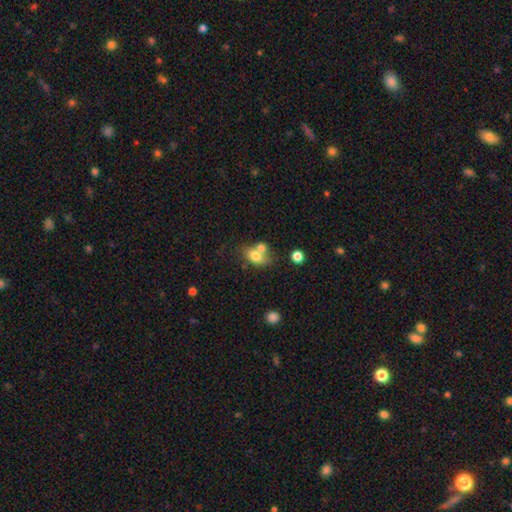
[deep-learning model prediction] This appears to be a smooth galaxy with no disk features (73%) that is in between round and cigar-shaped (75%). Merging: merger (46%).